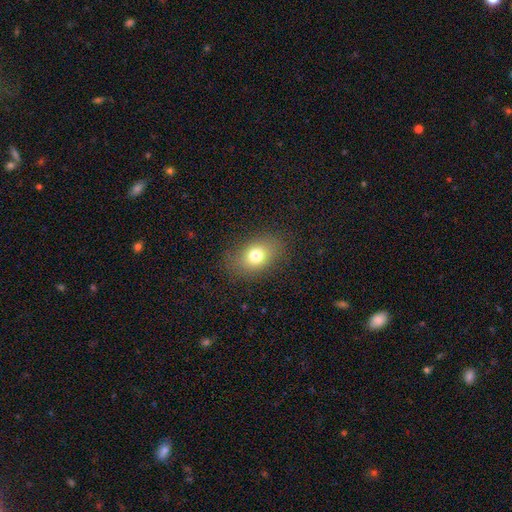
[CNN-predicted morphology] The model was most divided on "how rounded": in between: 72%, round: 26%, cigar-shaped: 1%. More confident: merging — none (83%); smooth or featured — smooth (75%).